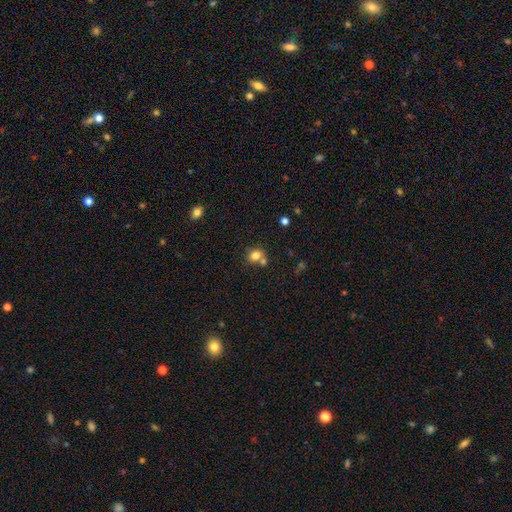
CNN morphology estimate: Q: Smooth or featured?
A: smooth (79%); runner-up: star or artifact (12%)
Q: How rounded?
A: round (66%); runner-up: in between (33%)
Q: Merging?
A: none (50%); runner-up: merger (35%)